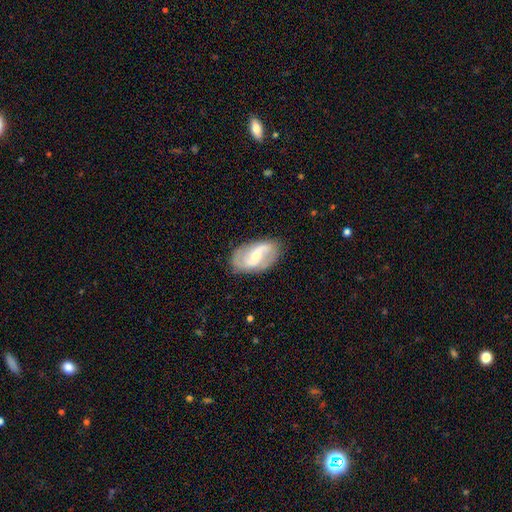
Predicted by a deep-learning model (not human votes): The model was most divided on "spiral winding": loose: 49%, medium: 38%, tight: 13%. Remaining: edge-on disk — no (96%); spiral arms — yes (91%); spiral arm count — 2 (90%); merging — none (81%); smooth or featured — featured or disk (81%); bulge size — small (54%); bar — weak (47%).